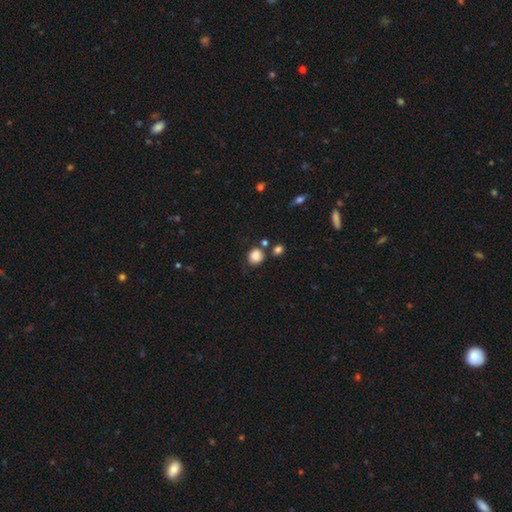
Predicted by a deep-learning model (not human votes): Morphology: type=smooth (85%); roundness=round (78%); merging=none (71%).